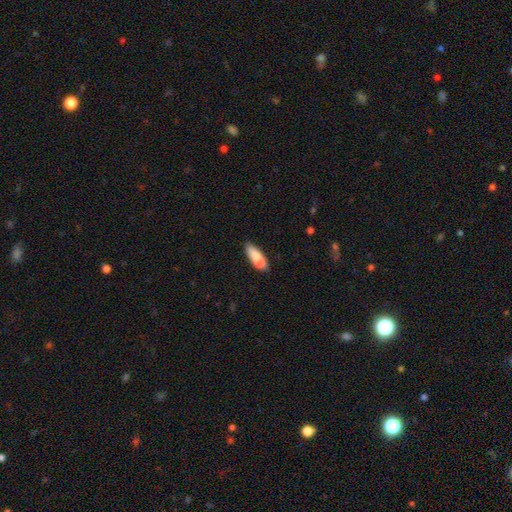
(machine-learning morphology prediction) smooth_or_featured: smooth (p=0.76) [alt: featured or disk p=0.17]
how_rounded: cigar-shaped (p=0.49) [tied with: in between p=0.49]
merging: none (p=0.61) [alt: merger p=0.19]